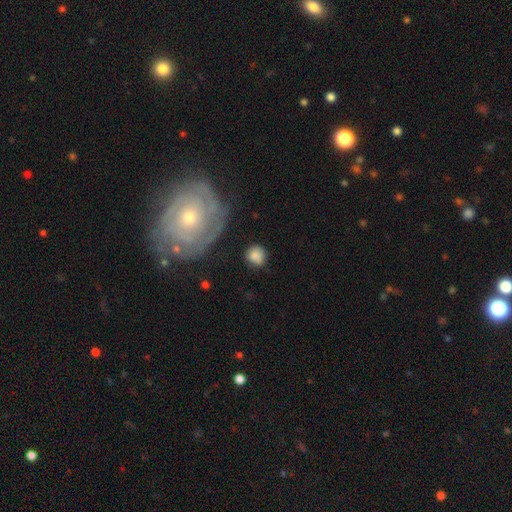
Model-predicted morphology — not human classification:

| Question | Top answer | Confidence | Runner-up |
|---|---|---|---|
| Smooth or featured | smooth | 82% | featured or disk (10%) |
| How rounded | round | 85% | in between (13%) |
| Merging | none | 73% | minor disturbance (17%) |